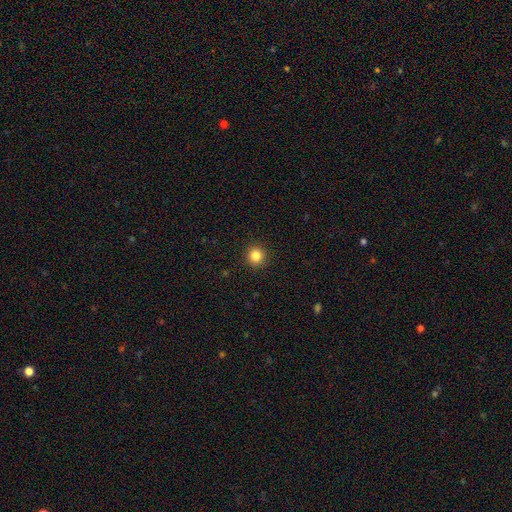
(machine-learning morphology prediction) Smooth or featured?
  - smooth: 84% *
  - star or artifact: 11%
  - featured or disk: 4%
How rounded?
  - round: 94% *
  - in between: 6%
  - cigar-shaped: 1%
Merging?
  - none: 92% *
  - minor disturbance: 5%
  - major disturbance: 2%
  - merger: 1%